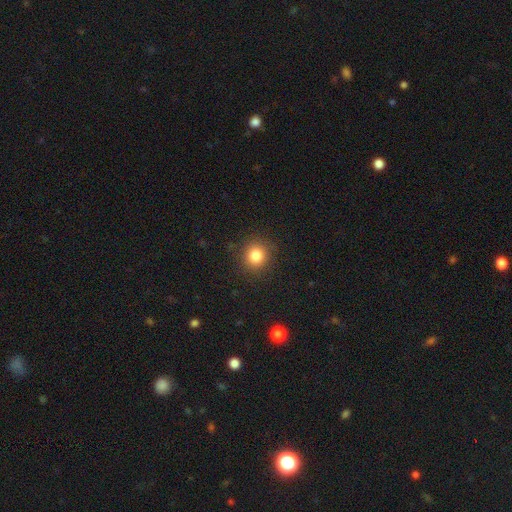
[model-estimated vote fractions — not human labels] Smooth or featured? Predicted: smooth (p=0.83). How rounded? Predicted: round (p=0.88). Merging? Predicted: none (p=0.89).